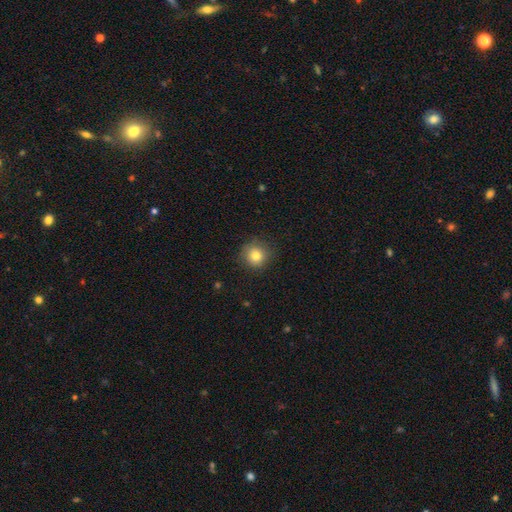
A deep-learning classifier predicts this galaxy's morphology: Q: Smooth or featured?
A: smooth (81%); runner-up: star or artifact (11%)
Q: How rounded?
A: round (91%); runner-up: in between (8%)
Q: Merging?
A: none (86%); runner-up: minor disturbance (10%)